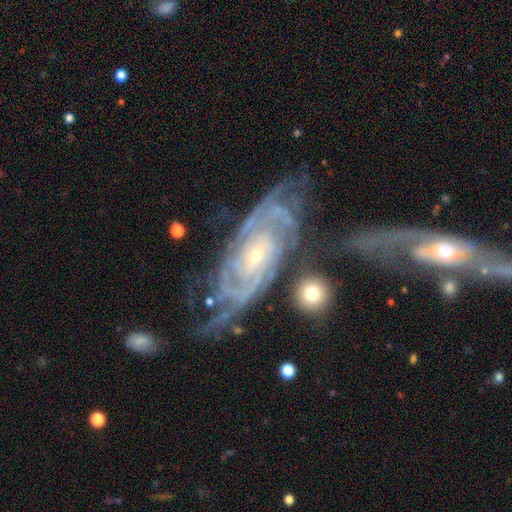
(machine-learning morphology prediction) smooth-or-featured: featured or disk: 91% | star or artifact: 5% | smooth: 4%
  disk-edge-on: no: 95% | yes: 5%
    bar: no: 65% | weak: 25% | strong: 10%
    has-spiral-arms: yes: 98% | no: 2%
      spiral-winding: tight: 75% | medium: 21% | loose: 4%
      spiral-arm-count: 2: 28% | 3: 21% | can't tell: 20% | 4: 16% | more than 4: 8% | 1: 6%
    bulge-size: small: 75% | moderate: 22% | none: 1% | large: 1% | dominant: 1%
  merging: none: 55% | minor disturbance: 21% | merger: 13% | major disturbance: 11%